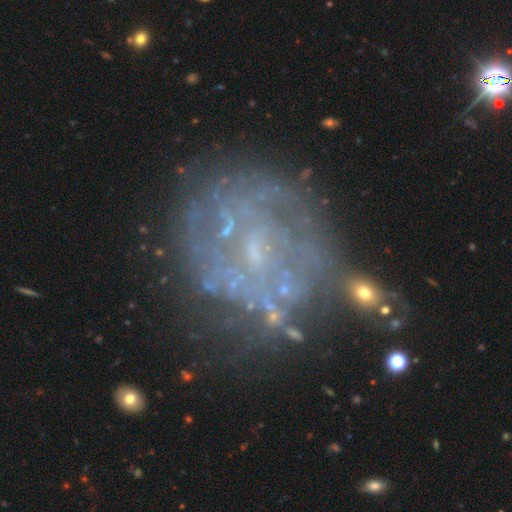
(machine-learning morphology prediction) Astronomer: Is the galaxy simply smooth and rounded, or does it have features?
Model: featured or disk — 71%.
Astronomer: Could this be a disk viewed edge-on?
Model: no — 98%.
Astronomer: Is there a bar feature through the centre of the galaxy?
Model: no — 65%.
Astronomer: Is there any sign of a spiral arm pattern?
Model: yes — 57% (runner-up: no, 43%).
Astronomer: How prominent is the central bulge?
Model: small — 56% (runner-up: none, 33%).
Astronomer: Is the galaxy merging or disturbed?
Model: none — 61%.